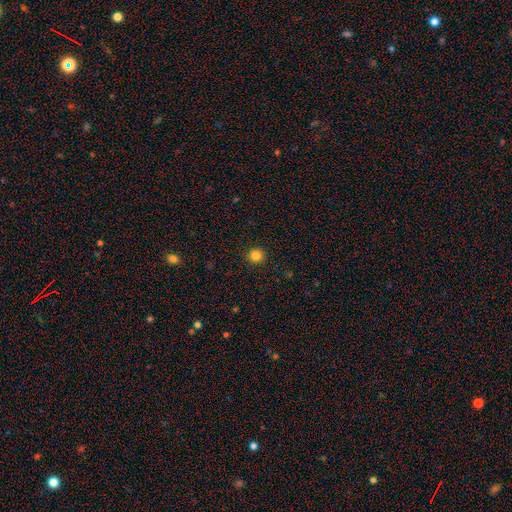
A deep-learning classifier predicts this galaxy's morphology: This appears to be a smooth galaxy with no disk features (84%) that is round (94%). Merging: none (93%).